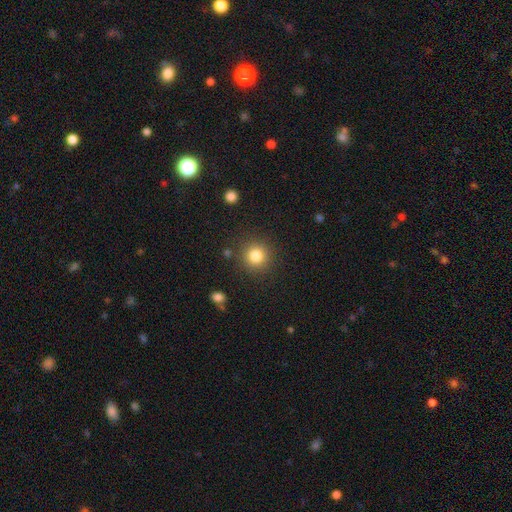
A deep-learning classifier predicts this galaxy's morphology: smooth-or-featured: smooth: 82% | star or artifact: 12% | featured or disk: 6%
  how-rounded: round: 93% | in between: 6% | cigar-shaped: 1%
  merging: none: 87% | minor disturbance: 7% | major disturbance: 3% | merger: 2%